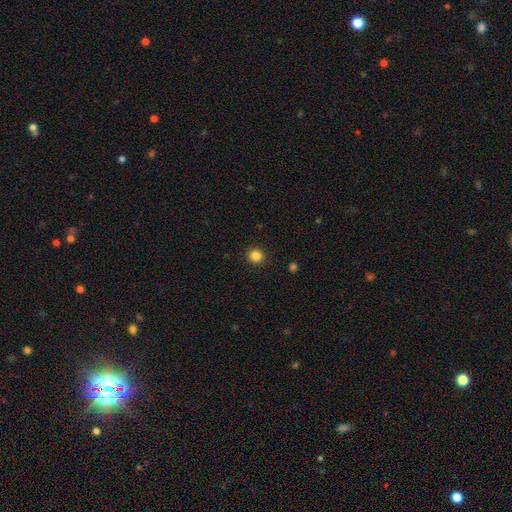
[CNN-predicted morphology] A smooth galaxy with no disk features (85%) that is round (93%).

Vote fractions:
- Smooth or featured? smooth: 85% / star or artifact: 12% / featured or disk: 4%
- How rounded? round: 93% / in between: 7% / cigar-shaped: 1%
- Merging? none: 92% / minor disturbance: 5% / major disturbance: 2% / merger: 1%